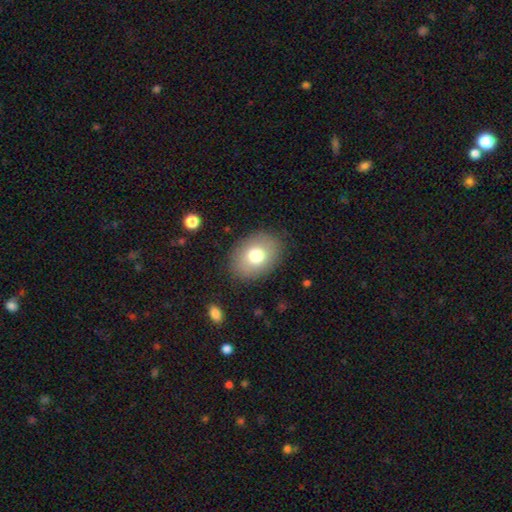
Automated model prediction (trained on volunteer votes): Morphology: type=smooth (75%); roundness=in between (66%); merging=none (86%).